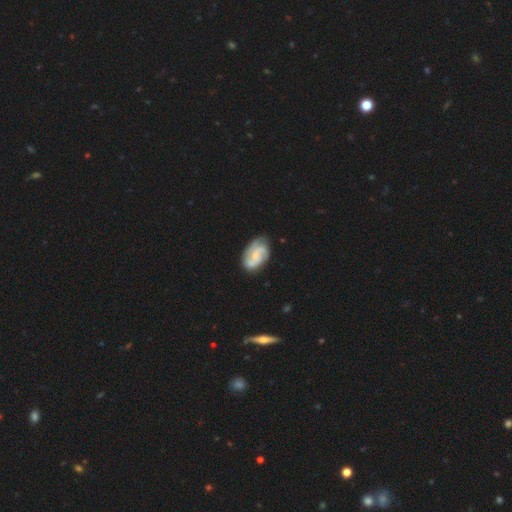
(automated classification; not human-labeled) A featured or disk galaxy (66%) with no bar (53%), 2 (59%) medium (44%) spiral arms (91%) and a small central bulge (43%).

Vote fractions:
- Smooth or featured? featured or disk: 66% / smooth: 28% / star or artifact: 6%
- Edge-on disk? no: 97% / yes: 3%
- Bar? no: 53% / weak: 39% / strong: 9%
- Spiral arms? yes: 91% / no: 9%
- Spiral winding? medium: 44% / tight: 29% / loose: 27%
- Spiral arm count? 2: 59% / can't tell: 16% / 3: 16% / 1: 5% / 4: 3% / more than 4: 2%
- Bulge size? small: 43% / none: 35% / moderate: 18% / large: 3% / dominant: 1%
- Merging? none: 64% / minor disturbance: 24% / major disturbance: 9% / merger: 3%